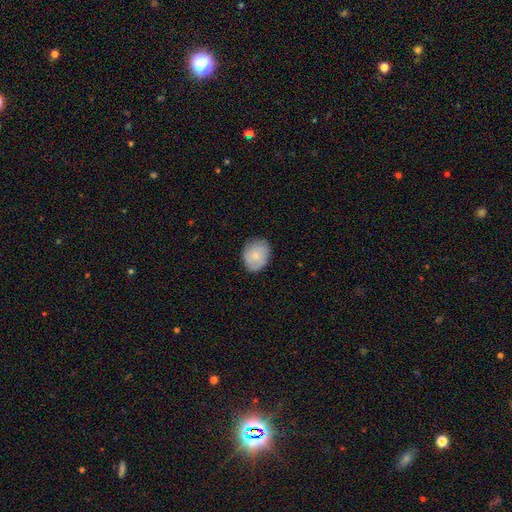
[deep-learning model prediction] Smooth or featured? smooth (76%)
How rounded? in between (50%)
Merging? none (81%)